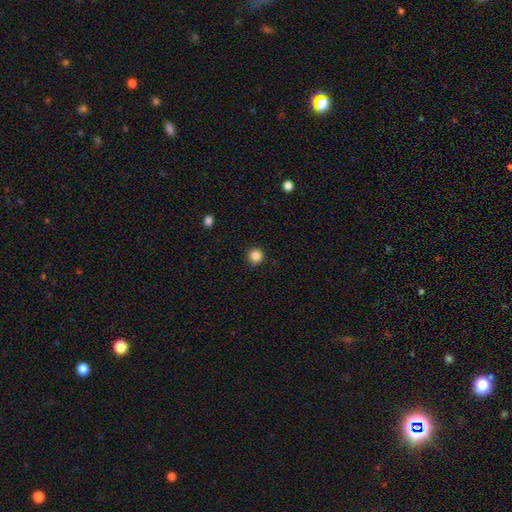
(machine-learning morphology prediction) smooth 85%, star or artifact 11%, featured or disk 4%. Down the decision tree: how rounded — round (95%); merging — none (92%).